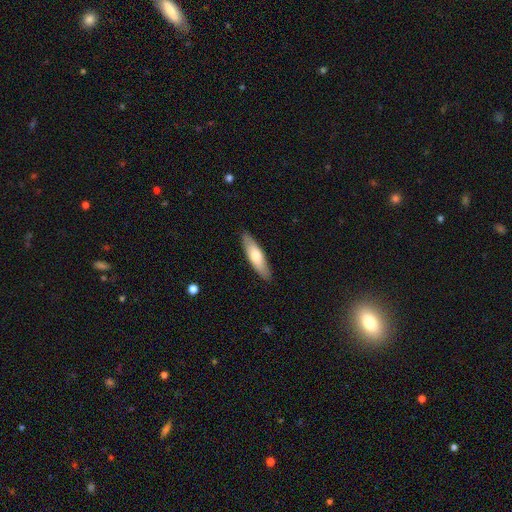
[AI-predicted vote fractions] A smooth galaxy with no disk features (68%) that is cigar-shaped (60%). Merging: none (88%).